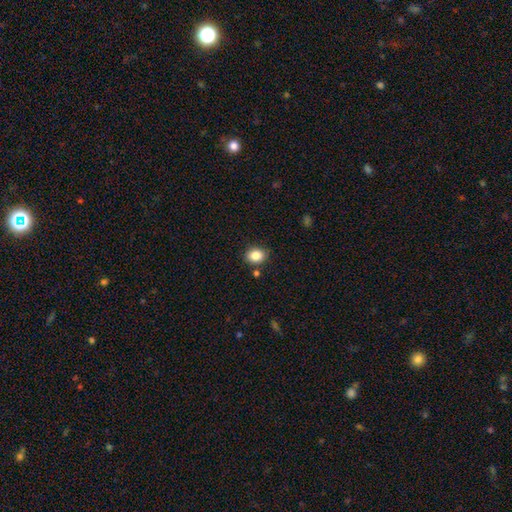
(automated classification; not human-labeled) smooth_or_featured: smooth (p=0.85) [alt: star or artifact p=0.09]
how_rounded: round (p=0.50) [alt: in between p=0.49]
merging: none (p=0.83) [alt: minor disturbance p=0.10]